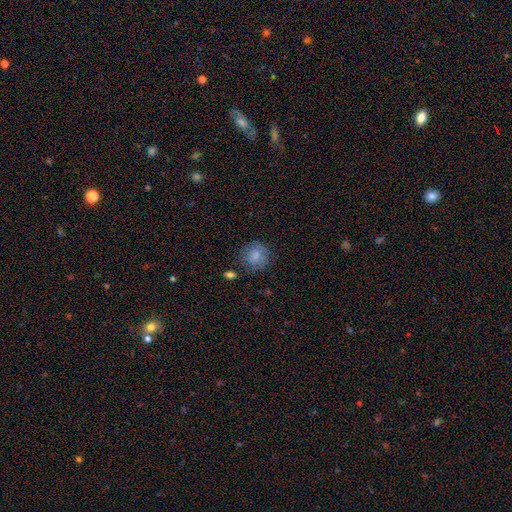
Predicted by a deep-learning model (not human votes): Smooth or featured? smooth (77%)
How rounded? round (82%)
Merging? none (71%)